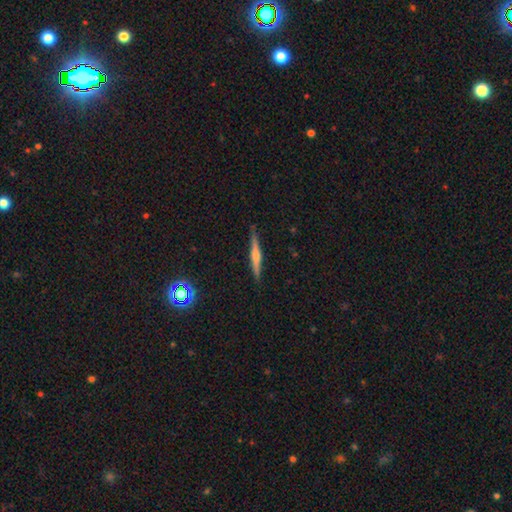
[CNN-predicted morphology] Overall: featured or disk (68%). Edge-on disk: yes (98%). Edge-on bulge: rounded (76%). Merging: none (90%).